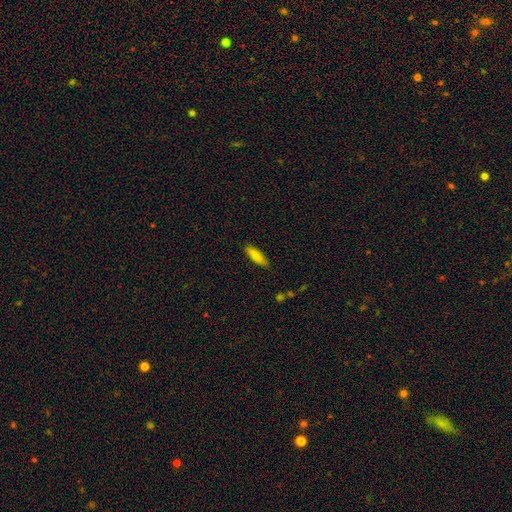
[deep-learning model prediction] Smooth or featured: smooth — 84% (featured or disk — 9%)
How rounded: cigar-shaped — 53% (in between — 45%)
Merging: none — 84% (minor disturbance — 12%)